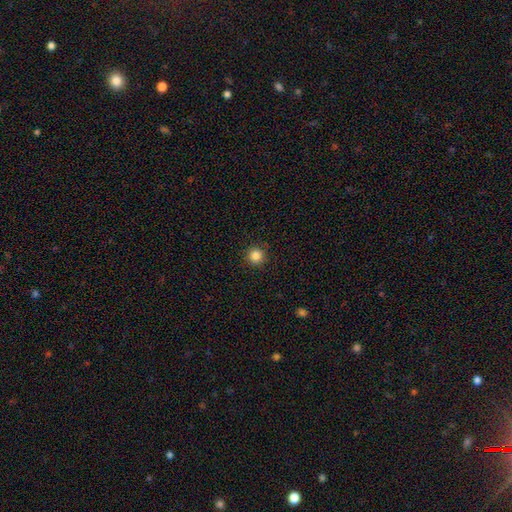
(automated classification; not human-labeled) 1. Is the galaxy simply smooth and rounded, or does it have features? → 85% smooth, 11% star or artifact, 4% featured or disk.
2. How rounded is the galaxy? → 96% round, 3% in between, 1% cigar-shaped.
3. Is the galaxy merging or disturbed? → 92% none, 5% minor disturbance, 2% major disturbance, 1% merger.